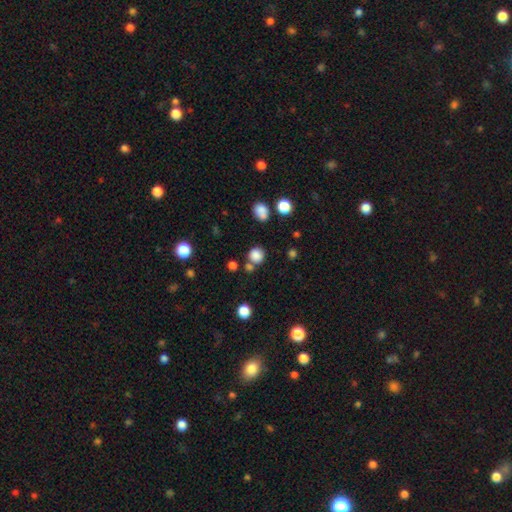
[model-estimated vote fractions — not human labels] smooth_or_featured: smooth (p=0.83) [alt: star or artifact p=0.12]
how_rounded: round (p=0.90) [alt: in between p=0.09]
merging: none (p=0.72) [alt: merger p=0.15]